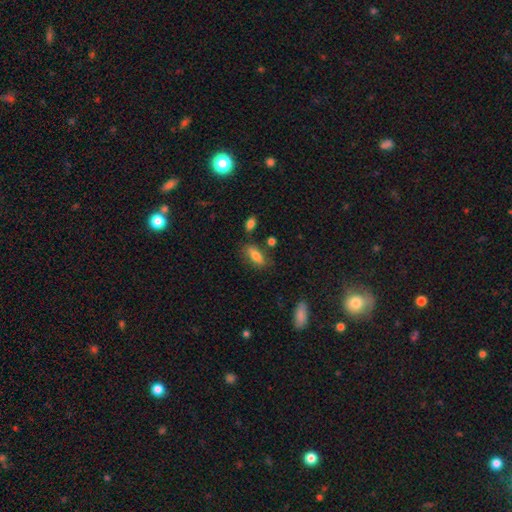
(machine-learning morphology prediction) Smooth or featured: smooth — 78% (featured or disk — 14%)
How rounded: in between — 71% (cigar-shaped — 26%)
Merging: none — 73% (minor disturbance — 17%)